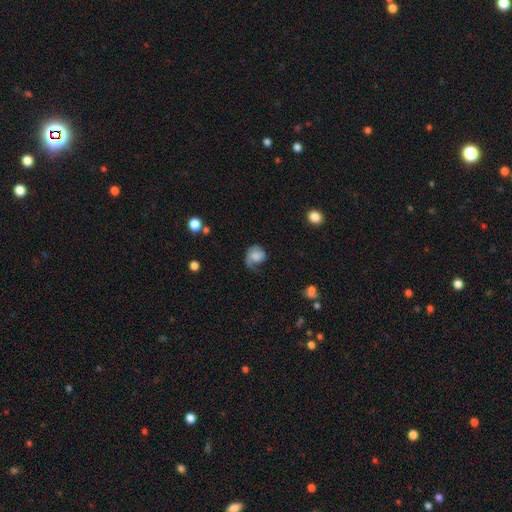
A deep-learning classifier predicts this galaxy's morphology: smooth_or_featured: featured or disk (p=0.46) [alt: smooth p=0.45]
merging: major disturbance (p=0.36) [alt: none p=0.35]